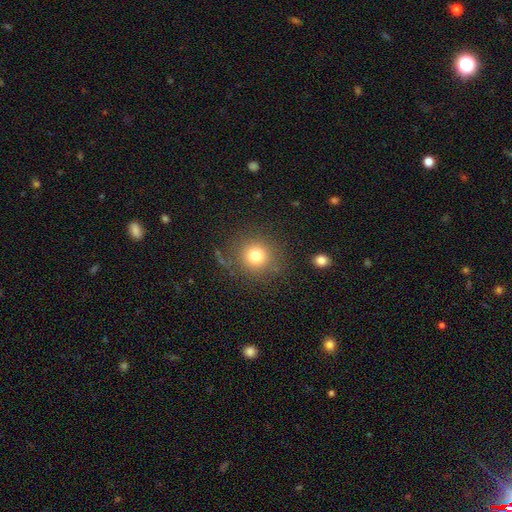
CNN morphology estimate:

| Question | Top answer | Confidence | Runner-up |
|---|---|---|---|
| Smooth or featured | smooth | 77% | star or artifact (14%) |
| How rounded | round | 91% | in between (8%) |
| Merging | none | 83% | minor disturbance (9%) |